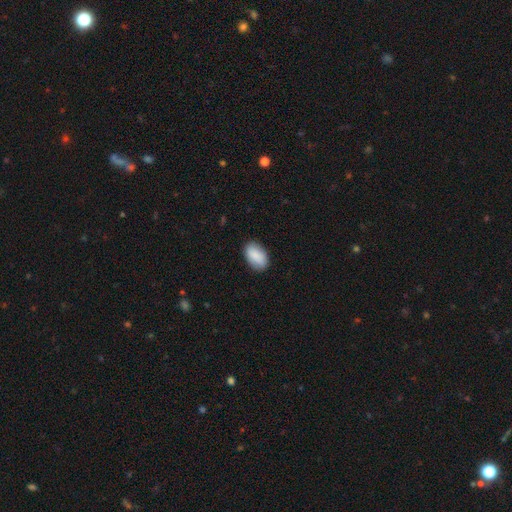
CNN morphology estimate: Q: Smooth or featured?
A: smooth (90%); runner-up: star or artifact (6%)
Q: How rounded?
A: in between (93%); runner-up: round (5%)
Q: Merging?
A: none (85%); runner-up: minor disturbance (11%)